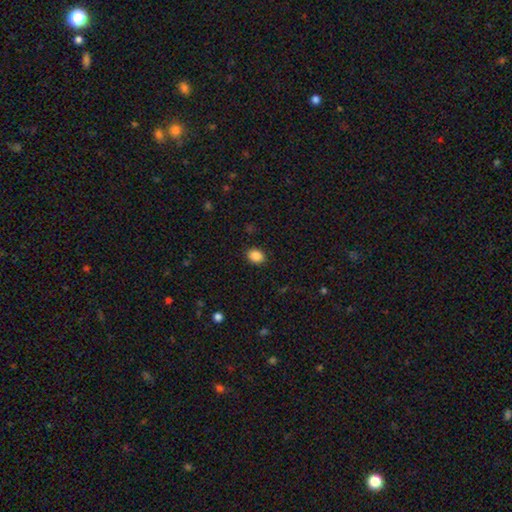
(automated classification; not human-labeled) Q: Smooth or featured?
A: smooth (87%); runner-up: star or artifact (9%)
Q: How rounded?
A: in between (53%); runner-up: round (47%)
Q: Merging?
A: none (89%); runner-up: minor disturbance (8%)